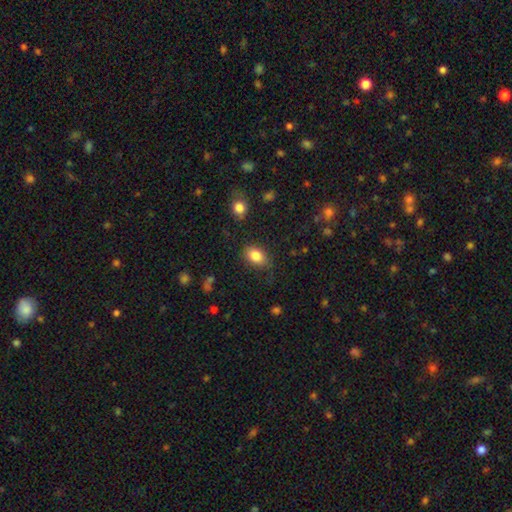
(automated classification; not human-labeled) The model was most divided on "merging": none: 76%, minor disturbance: 18%, major disturbance: 4%, merger: 2%. More confident: smooth or featured — smooth (84%); how rounded — in between (83%).